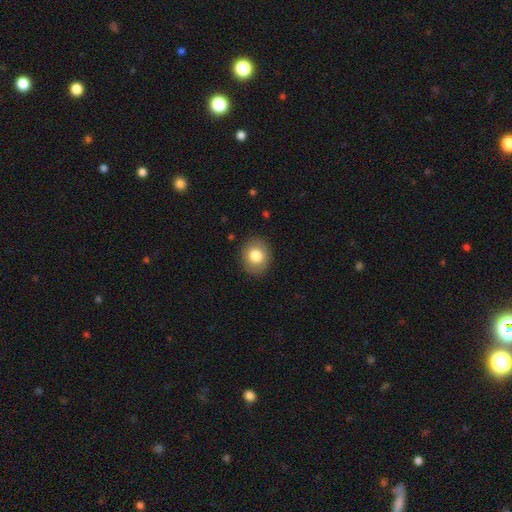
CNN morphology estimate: Overall: smooth (81%). How rounded: round (68%; in between 31%). Merging: none (89%).